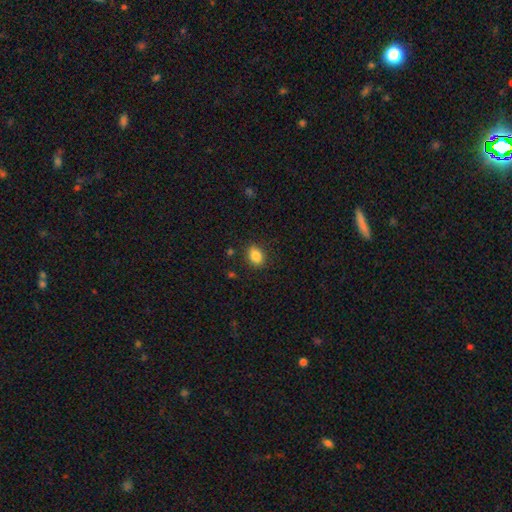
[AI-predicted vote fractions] Smooth or featured?
  - smooth: 85% *
  - star or artifact: 9%
  - featured or disk: 6%
How rounded?
  - in between: 71% *
  - round: 27%
  - cigar-shaped: 1%
Merging?
  - none: 86% *
  - minor disturbance: 10%
  - major disturbance: 3%
  - merger: 1%